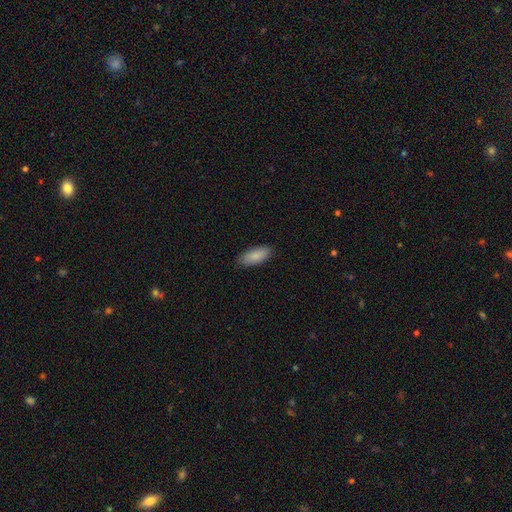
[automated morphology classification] smooth_or_featured: smooth (p=0.88) [alt: featured or disk p=0.06]
how_rounded: in between (p=0.84) [alt: cigar-shaped p=0.14]
merging: none (p=0.86) [alt: minor disturbance p=0.11]